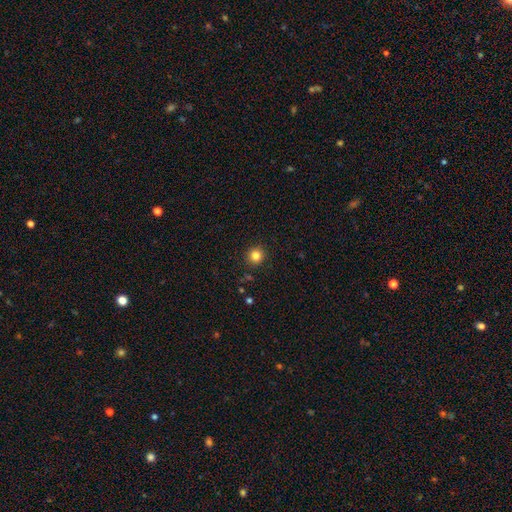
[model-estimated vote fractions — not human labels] Q: Smooth or featured?
A: smooth (83%); runner-up: star or artifact (12%)
Q: How rounded?
A: round (93%); runner-up: in between (6%)
Q: Merging?
A: none (91%); runner-up: minor disturbance (6%)